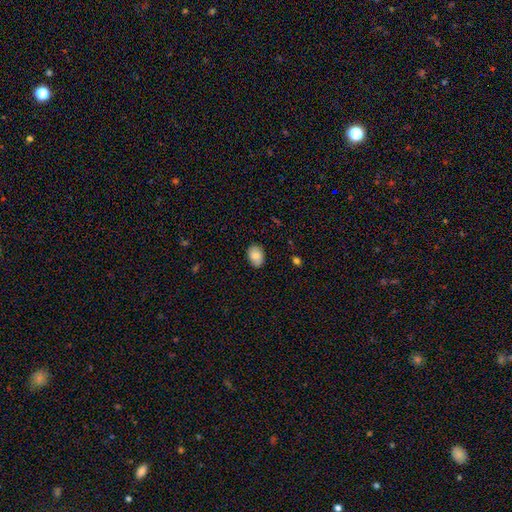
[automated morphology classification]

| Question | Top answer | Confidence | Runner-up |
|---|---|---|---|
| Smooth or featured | smooth | 81% | featured or disk (11%) |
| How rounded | in between | 76% | round (23%) |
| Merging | none | 80% | minor disturbance (16%) |